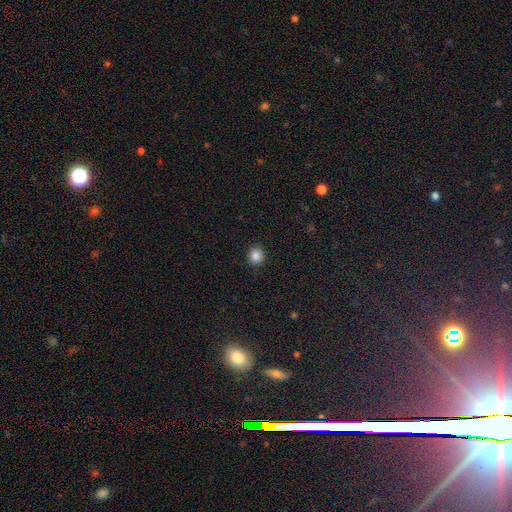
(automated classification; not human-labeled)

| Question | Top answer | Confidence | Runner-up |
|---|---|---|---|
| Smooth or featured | smooth | 86% | star or artifact (10%) |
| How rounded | round | 87% | in between (12%) |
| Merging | none | 91% | minor disturbance (6%) |